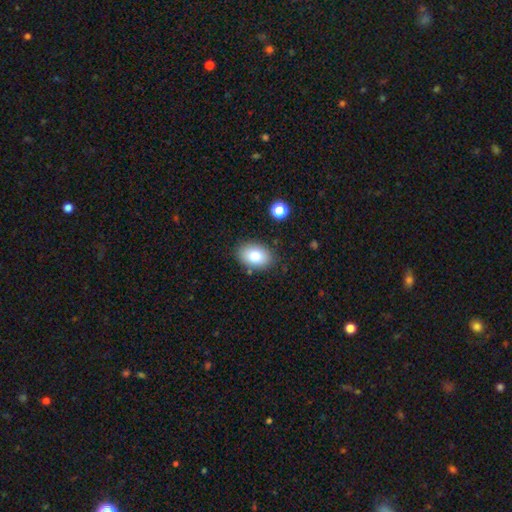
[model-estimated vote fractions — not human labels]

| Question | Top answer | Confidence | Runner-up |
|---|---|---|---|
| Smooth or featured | smooth | 81% | featured or disk (10%) |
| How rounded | in between | 80% | round (19%) |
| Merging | none | 85% | minor disturbance (10%) |